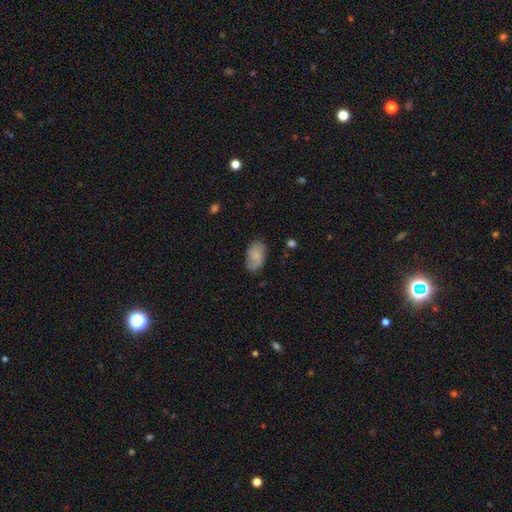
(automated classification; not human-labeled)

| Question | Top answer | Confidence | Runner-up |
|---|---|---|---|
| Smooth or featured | smooth | 69% | featured or disk (23%) |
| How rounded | in between | 92% | round (7%) |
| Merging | none | 72% | minor disturbance (21%) |